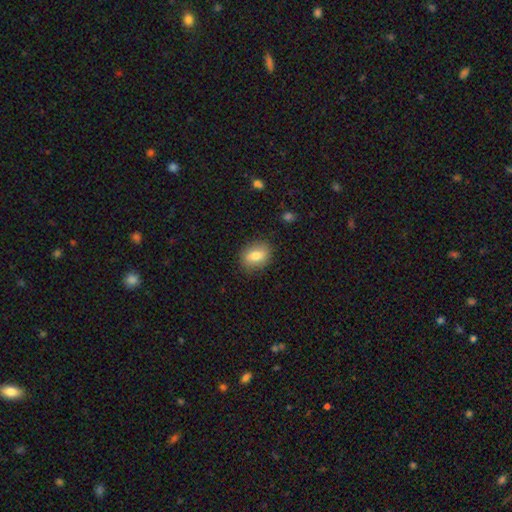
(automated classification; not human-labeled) Smooth or featured? Predicted: smooth (p=0.77). How rounded? Predicted: in between (p=0.68). Merging? Predicted: none (p=0.86).